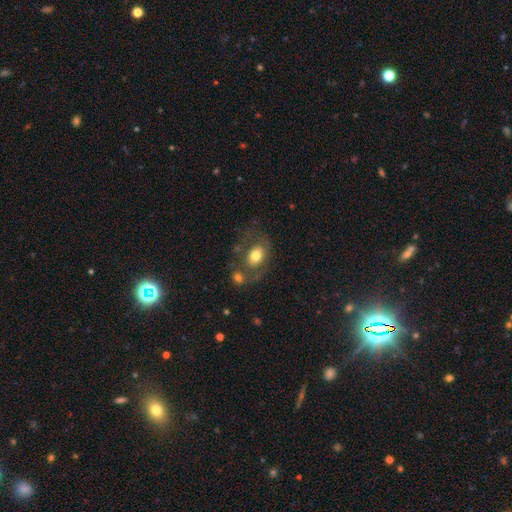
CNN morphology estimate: Smooth or featured? Predicted: smooth (p=0.63). How rounded? Predicted: in between (p=0.69). Merging? Predicted: none (p=0.46).